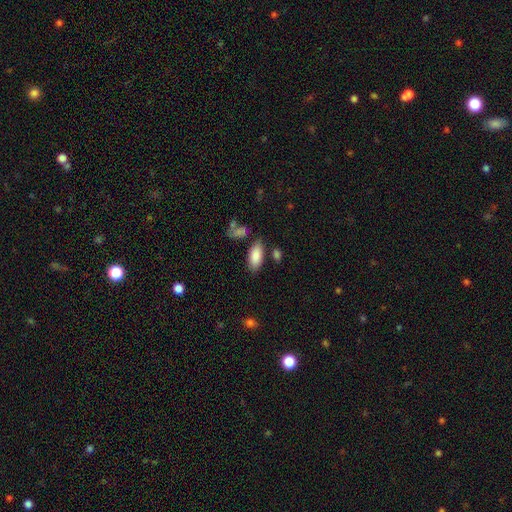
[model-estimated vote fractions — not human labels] Smooth or featured? smooth (87%)
How rounded? in between (89%)
Merging? none (77%)